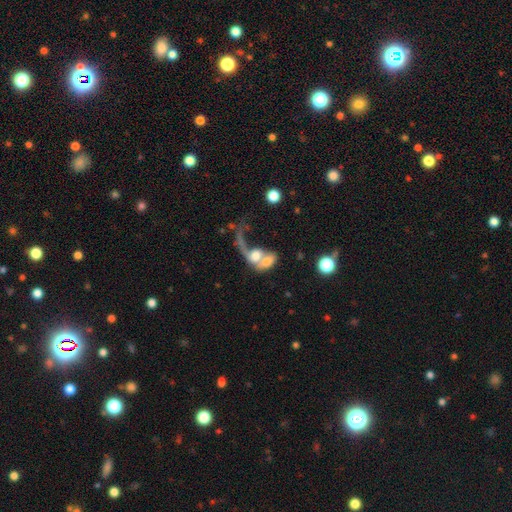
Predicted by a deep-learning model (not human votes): Smooth or featured: smooth — 46% (featured or disk — 45%)
Merging: merger — 72% (major disturbance — 16%)